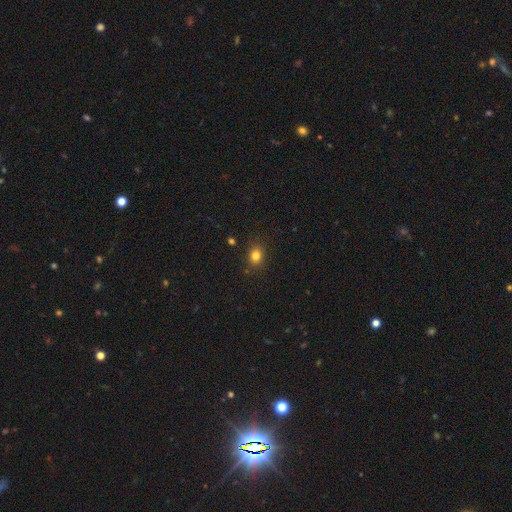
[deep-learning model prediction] A smooth galaxy with no disk features (80%) that is round (61%). Merging: none (86%).